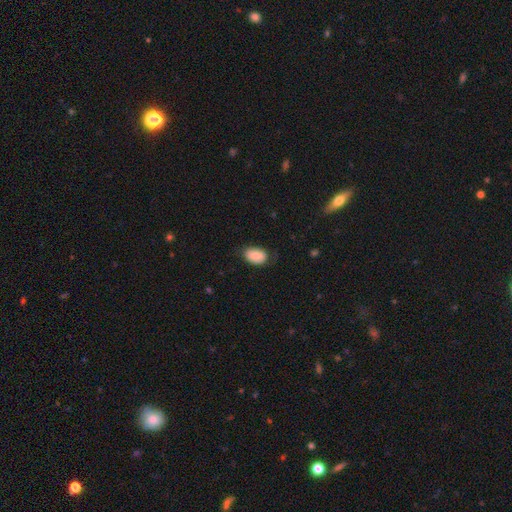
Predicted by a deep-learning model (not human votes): Overall: smooth (83%). How rounded: in between (88%). Merging: none (71%).